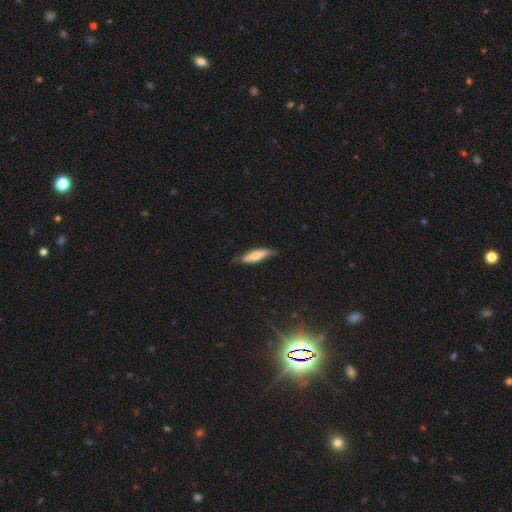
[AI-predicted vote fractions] A smooth galaxy with no disk features (67%) that is cigar-shaped (73%). Merging: none (77%).